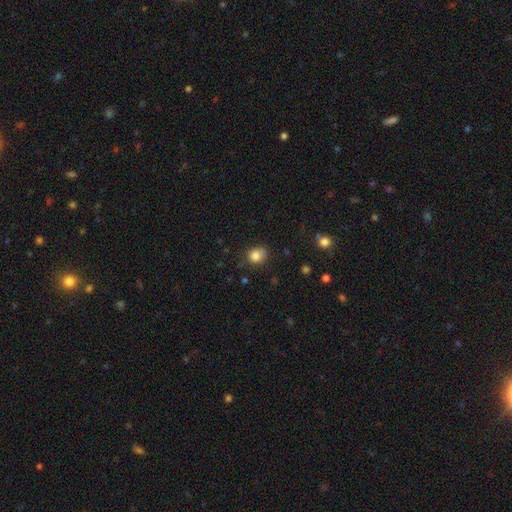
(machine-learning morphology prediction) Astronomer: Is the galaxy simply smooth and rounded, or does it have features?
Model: smooth — 83%.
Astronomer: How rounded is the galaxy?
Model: round — 69%.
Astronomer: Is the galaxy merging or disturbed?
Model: none — 69%.